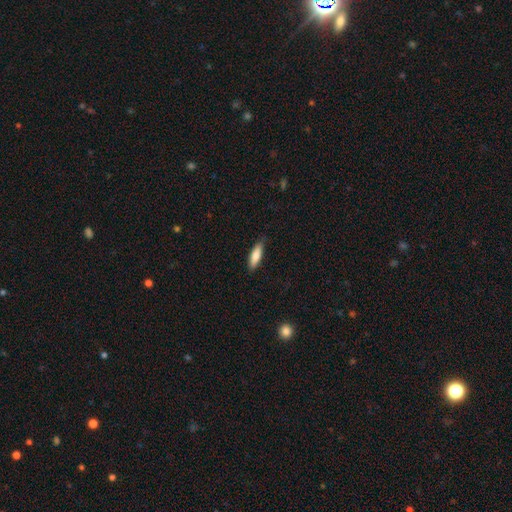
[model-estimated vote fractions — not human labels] smooth_or_featured: smooth (p=0.81) [alt: featured or disk p=0.14]
how_rounded: cigar-shaped (p=0.56) [alt: in between p=0.42]
merging: none (p=0.83) [alt: minor disturbance p=0.14]